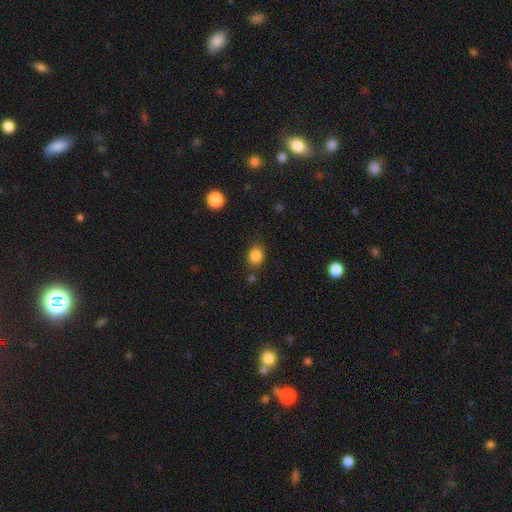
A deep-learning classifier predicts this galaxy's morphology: type=smooth (85%); roundness=round (54%); merging=none (78%).